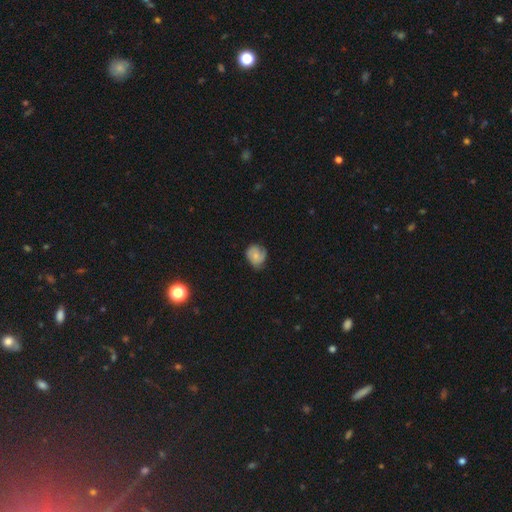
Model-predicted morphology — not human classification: A featured or disk galaxy (46%).

Vote fractions:
- Smooth or featured? featured or disk: 46% / smooth: 45% / star or artifact: 8%
- Merging? none: 62% / minor disturbance: 28% / major disturbance: 9% / merger: 1%